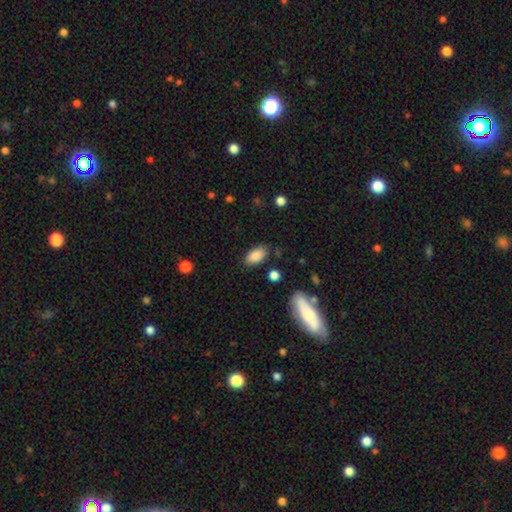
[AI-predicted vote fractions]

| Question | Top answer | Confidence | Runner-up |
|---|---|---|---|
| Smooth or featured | smooth | 86% | star or artifact (7%) |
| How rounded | in between | 92% | cigar-shaped (4%) |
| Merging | none | 83% | minor disturbance (12%) |